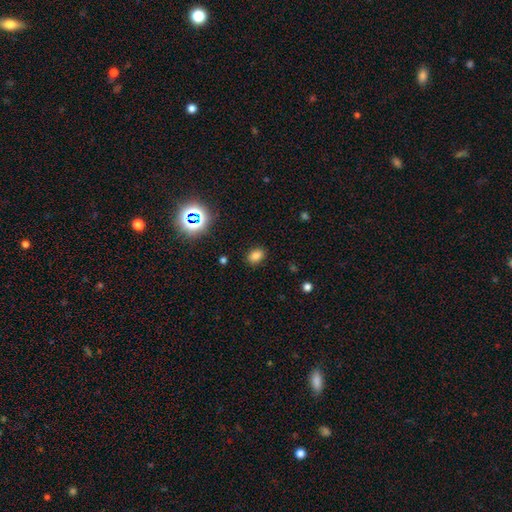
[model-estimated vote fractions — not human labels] Smooth or featured? Predicted: smooth (p=0.80). How rounded? Predicted: in between (p=0.77). Merging? Predicted: none (p=0.87).